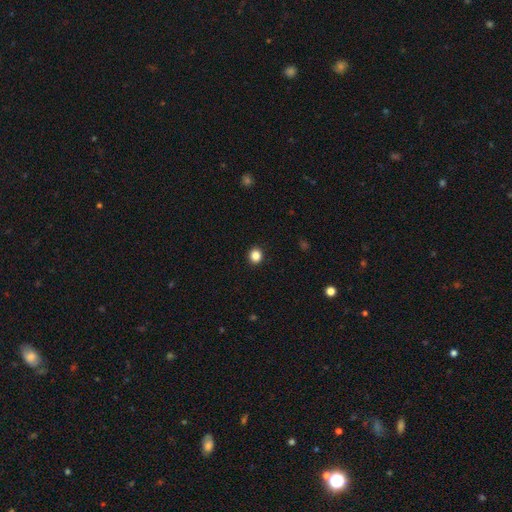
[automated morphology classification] Overall: smooth (86%). How rounded: round (87%). Merging: none (93%).